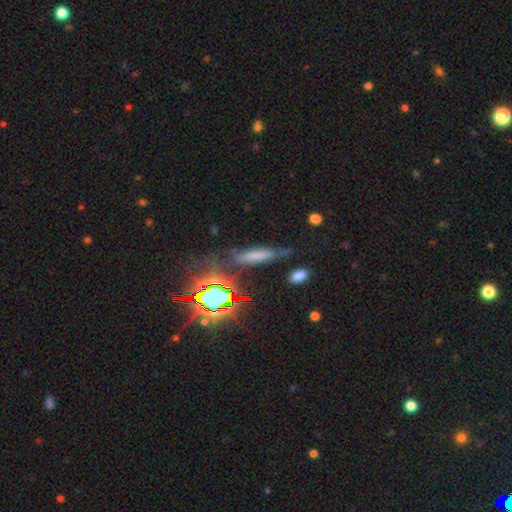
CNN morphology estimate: Overall: smooth (59%; star or artifact 21%). How rounded: cigar-shaped (77%). Merging: none (64%).